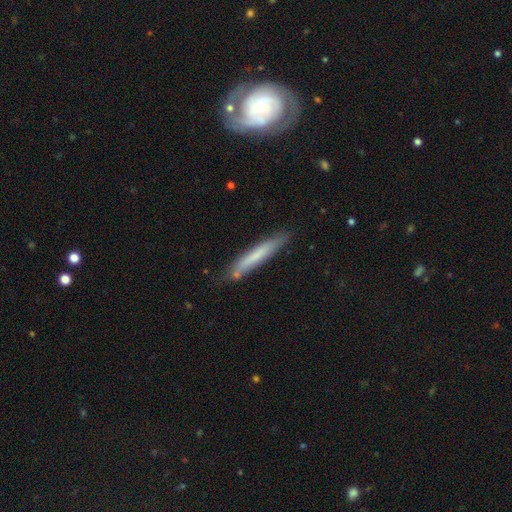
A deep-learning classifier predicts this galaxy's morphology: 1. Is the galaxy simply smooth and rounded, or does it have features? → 63% smooth, 31% featured or disk, 6% star or artifact.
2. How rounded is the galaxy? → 95% cigar-shaped, 4% in between, 1% round.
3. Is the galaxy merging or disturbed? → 76% none, 17% minor disturbance, 3% merger, 3% major disturbance.